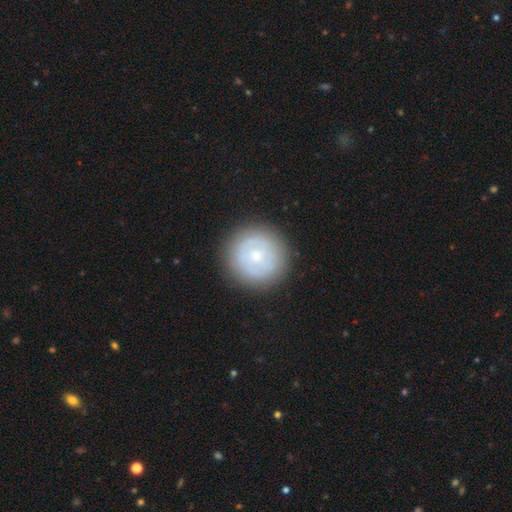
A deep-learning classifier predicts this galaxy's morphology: Smooth or featured?
  - smooth: 49% *
  - featured or disk: 45%
  - star or artifact: 7%
Merging?
  - none: 88% *
  - minor disturbance: 8%
  - major disturbance: 3%
  - merger: 1%